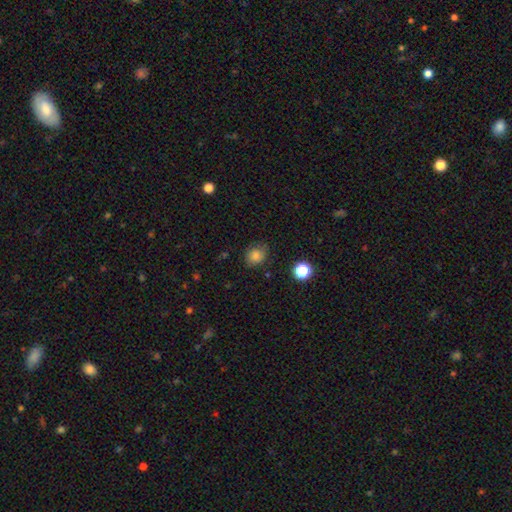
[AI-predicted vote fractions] Smooth or featured? smooth (80%)
How rounded? round (65%)
Merging? none (75%)